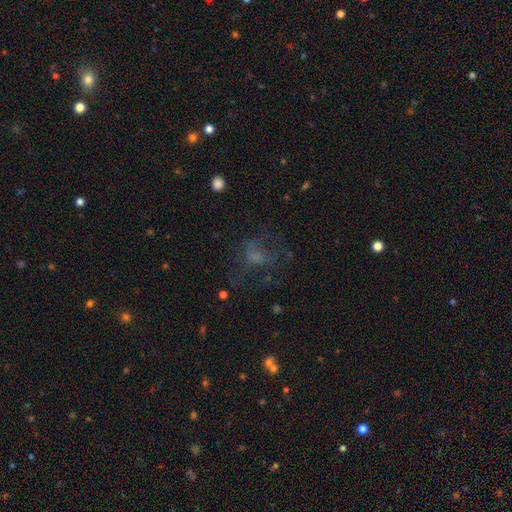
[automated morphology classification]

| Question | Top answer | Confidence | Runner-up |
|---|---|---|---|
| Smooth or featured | featured or disk | 38% | tied: smooth (38%) |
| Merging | none | 43% | major disturbance (37%) |